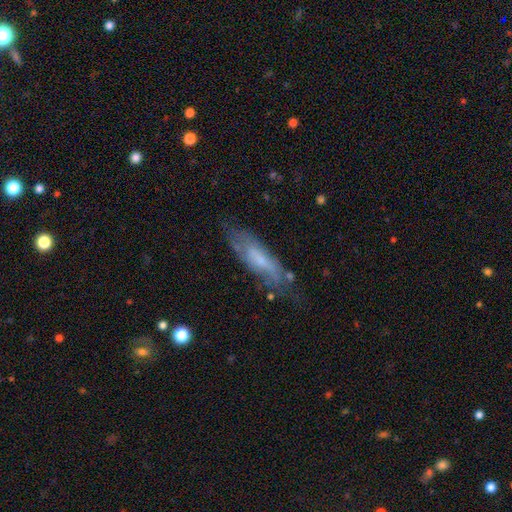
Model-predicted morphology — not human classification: Smooth or featured? Predicted: featured or disk (p=0.51). Edge-on disk? Predicted: no (p=0.58). Merging? Predicted: none (p=0.70).